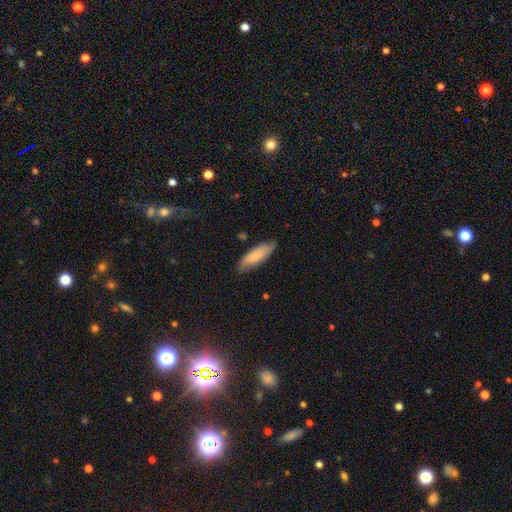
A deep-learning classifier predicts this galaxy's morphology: type=smooth (79%); roundness=in between (55%); merging=none (81%).